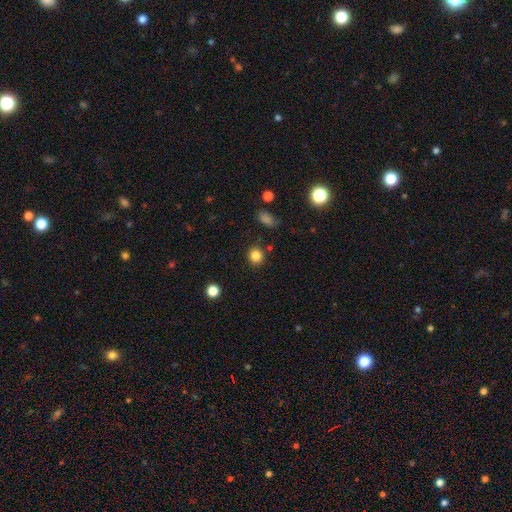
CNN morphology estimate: Overall: smooth (84%). How rounded: round (83%). Merging: none (86%).